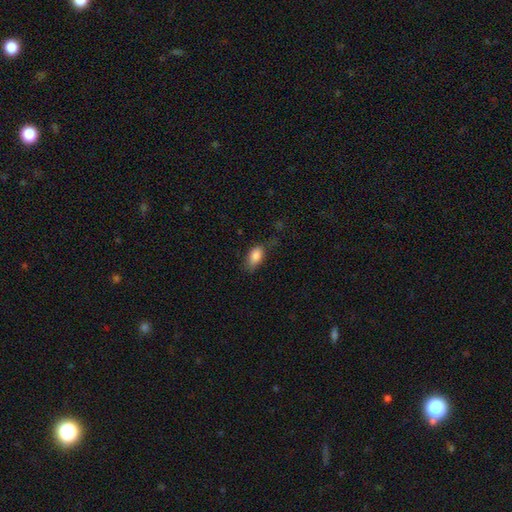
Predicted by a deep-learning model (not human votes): This appears to be a smooth galaxy with no disk features (84%) that is in between round and cigar-shaped (89%). Merging: none (57%).